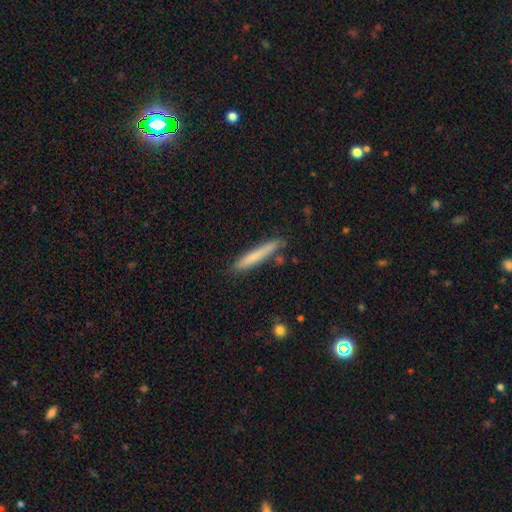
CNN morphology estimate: Smooth or featured? smooth (74%)
How rounded? cigar-shaped (95%)
Merging? none (81%)